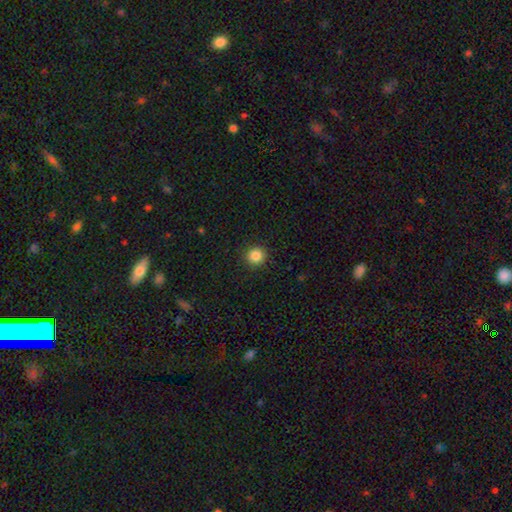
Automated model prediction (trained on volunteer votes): Smooth or featured? smooth (86%)
How rounded? round (94%)
Merging? none (92%)